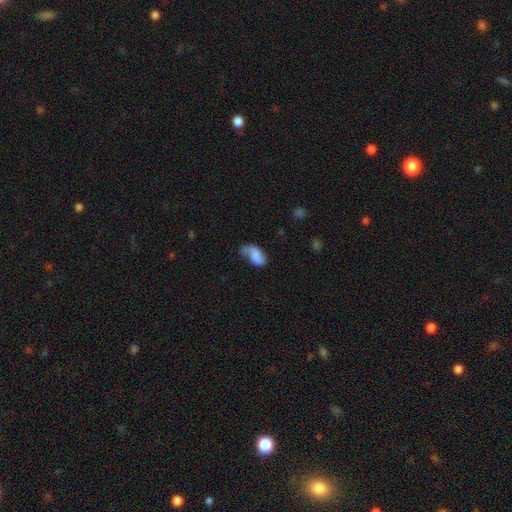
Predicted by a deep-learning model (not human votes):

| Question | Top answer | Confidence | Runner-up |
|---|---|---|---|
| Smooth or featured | smooth | 61% | featured or disk (31%) |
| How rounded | in between | 91% | round (6%) |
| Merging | none | 39% | minor disturbance (34%) |